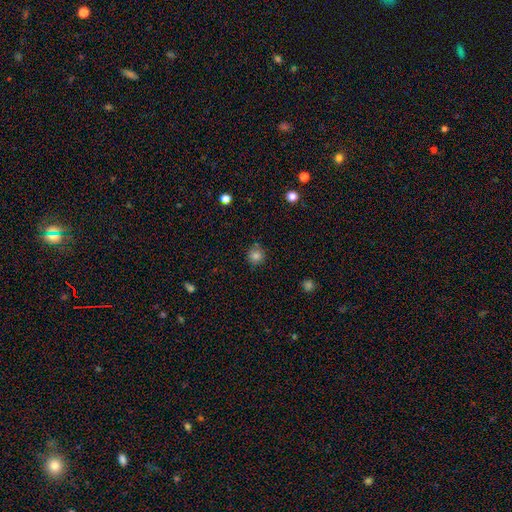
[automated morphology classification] A smooth galaxy with no disk features (81%) that is round (92%).

Vote fractions:
- Smooth or featured? smooth: 81% / star or artifact: 12% / featured or disk: 6%
- How rounded? round: 92% / in between: 7% / cigar-shaped: 1%
- Merging? none: 85% / minor disturbance: 10% / merger: 3% / major disturbance: 2%